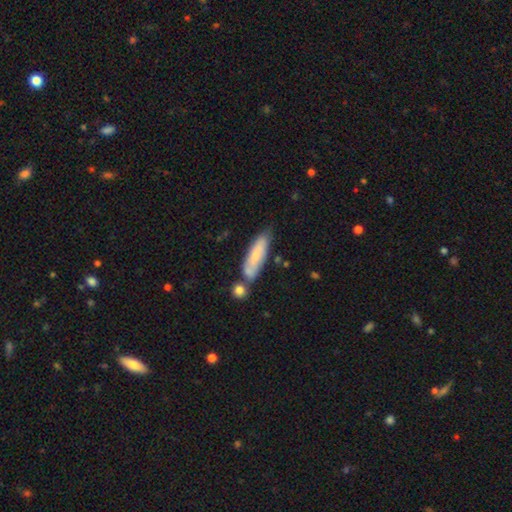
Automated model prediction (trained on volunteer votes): Smooth or featured? Predicted: smooth (p=0.68). How rounded? Predicted: cigar-shaped (p=0.60). Merging? Predicted: none (p=0.59).